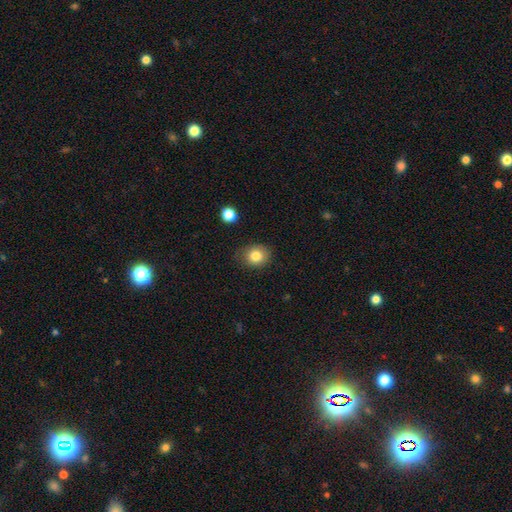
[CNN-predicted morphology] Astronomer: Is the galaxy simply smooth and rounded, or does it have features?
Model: smooth — 83%.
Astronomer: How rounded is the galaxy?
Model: round — 66%.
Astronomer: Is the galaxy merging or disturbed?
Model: none — 80%.